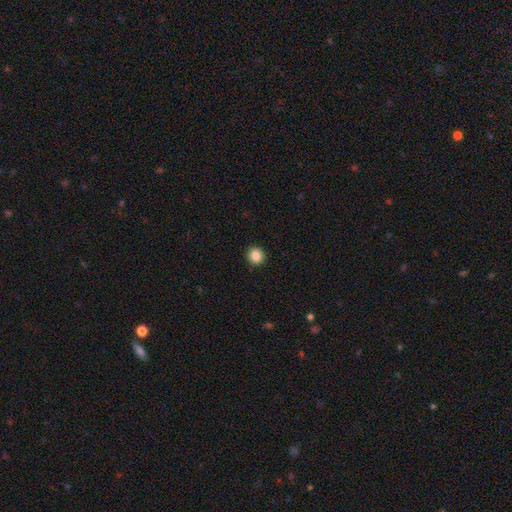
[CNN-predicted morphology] This appears to be a smooth galaxy with no disk features (86%) that is round (92%). Merging: none (92%).